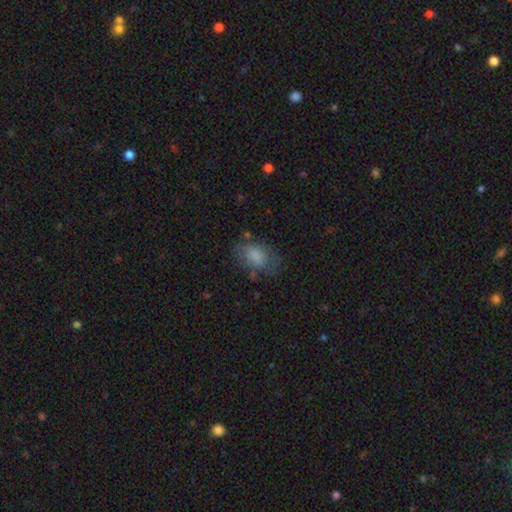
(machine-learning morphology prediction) smooth-or-featured: smooth: 76% | featured or disk: 15% | star or artifact: 9%
  how-rounded: in between: 81% | round: 18% | cigar-shaped: 1%
  merging: none: 55% | minor disturbance: 26% | major disturbance: 16% | merger: 3%